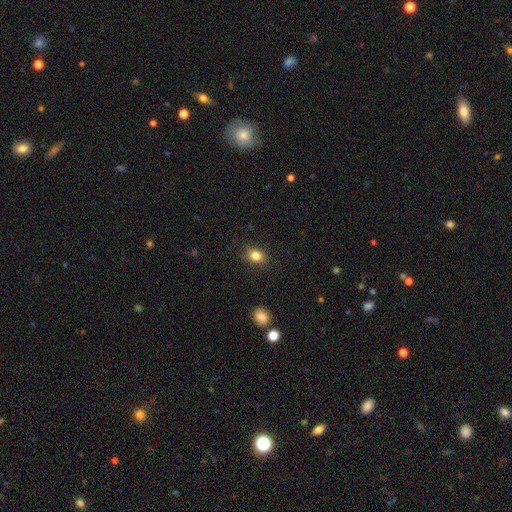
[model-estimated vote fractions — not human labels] Q: Smooth or featured?
A: smooth (84%); runner-up: star or artifact (10%)
Q: How rounded?
A: in between (56%); runner-up: round (43%)
Q: Merging?
A: none (87%); runner-up: minor disturbance (10%)